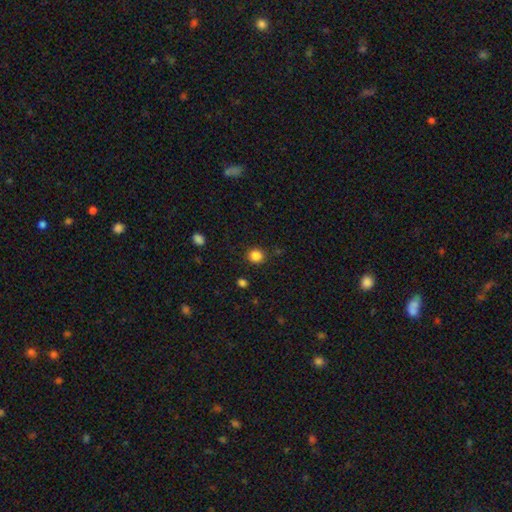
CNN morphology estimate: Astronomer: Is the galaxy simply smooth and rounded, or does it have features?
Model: smooth — 84%.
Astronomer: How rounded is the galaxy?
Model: round — 86%.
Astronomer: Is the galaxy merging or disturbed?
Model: none — 88%.